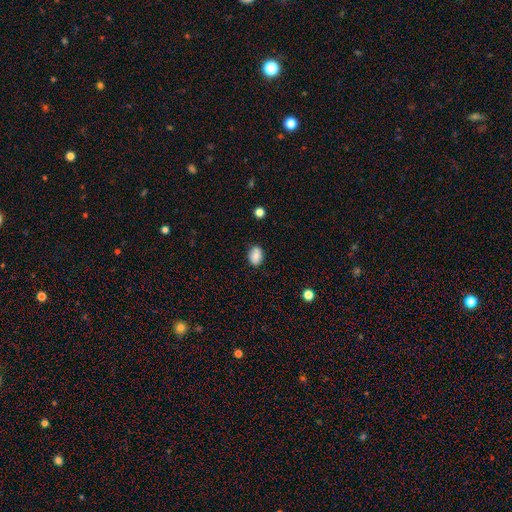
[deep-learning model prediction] This is clearly a smooth galaxy (85%). How rounded: likely in between (76%). Merging: clearly none (86%).